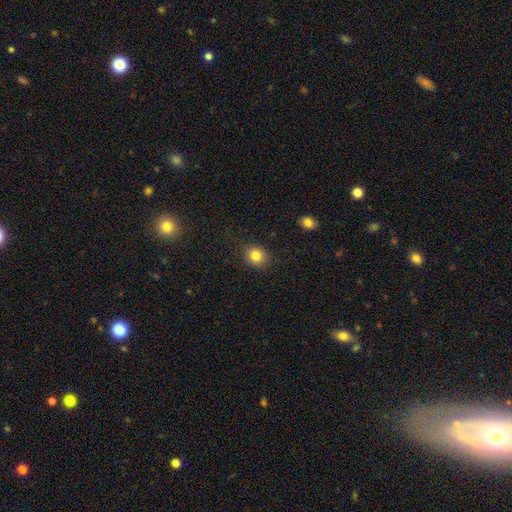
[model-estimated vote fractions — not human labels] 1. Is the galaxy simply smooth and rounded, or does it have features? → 83% smooth, 11% star or artifact, 7% featured or disk.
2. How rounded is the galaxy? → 69% round, 31% in between, 1% cigar-shaped.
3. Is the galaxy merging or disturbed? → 85% none, 11% minor disturbance, 3% major disturbance, 1% merger.